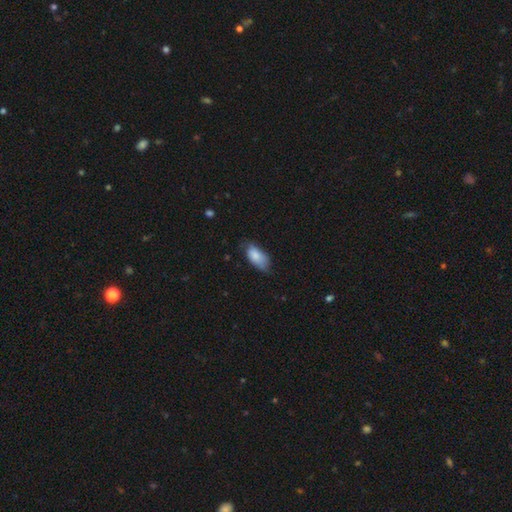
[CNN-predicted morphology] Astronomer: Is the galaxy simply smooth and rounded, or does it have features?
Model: smooth — 81%.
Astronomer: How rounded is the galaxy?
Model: in between — 92%.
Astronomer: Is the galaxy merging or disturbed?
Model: none — 56% (runner-up: minor disturbance, 35%).